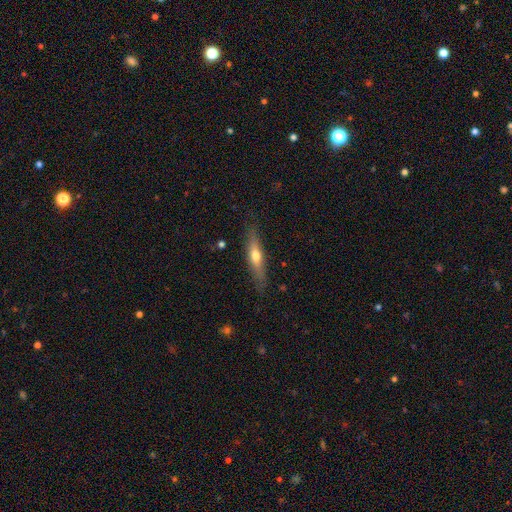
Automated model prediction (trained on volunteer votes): Smooth or featured? smooth (50%)
Merging? none (83%)